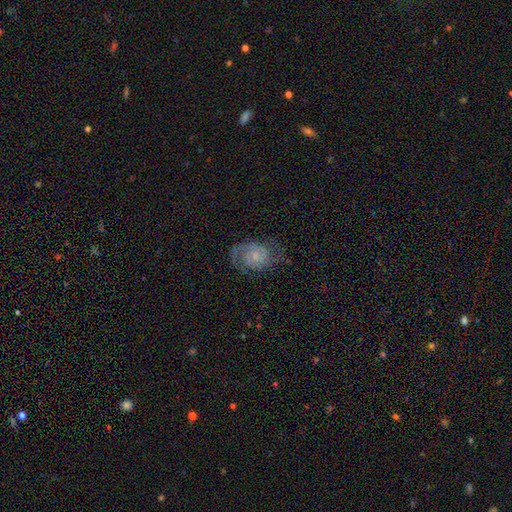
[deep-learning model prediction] Morphology: type=featured or disk (79%); edge-on=no (97%); bar=no (70%); spiral arms=yes (94%); winding=medium (43%); arm count=2 (71%); bulge=small (64%); merging=none (66%).